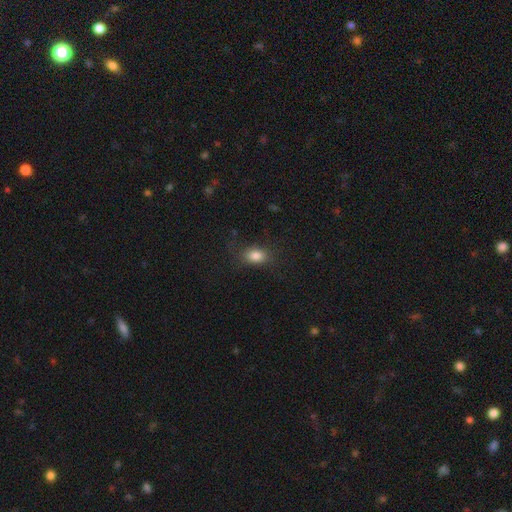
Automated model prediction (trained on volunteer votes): smooth-or-featured: smooth: 83% | star or artifact: 10% | featured or disk: 7%
  how-rounded: in between: 79% | round: 19% | cigar-shaped: 2%
  merging: none: 77% | minor disturbance: 15% | major disturbance: 6% | merger: 1%